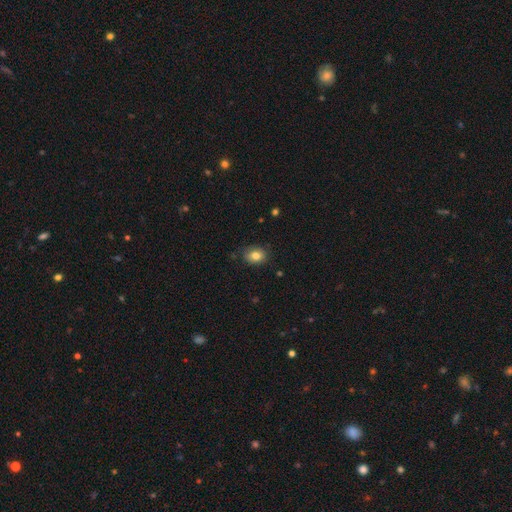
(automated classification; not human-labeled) This appears to be a smooth galaxy with no disk features (82%) that is in between round and cigar-shaped (63%). Merging: none (81%).